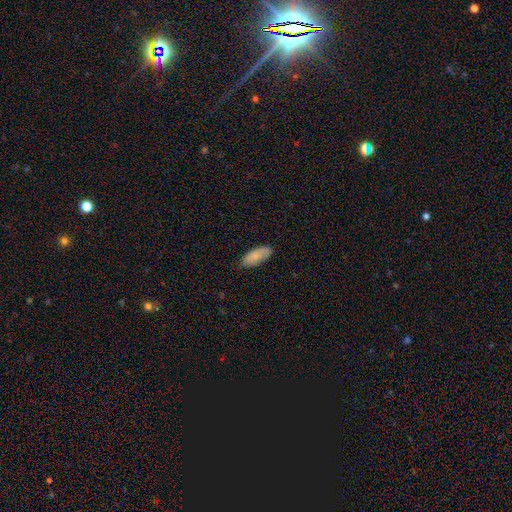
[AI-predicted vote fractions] Smooth or featured: smooth — 83% (featured or disk — 11%)
How rounded: in between — 83% (cigar-shaped — 15%)
Merging: none — 79% (minor disturbance — 17%)